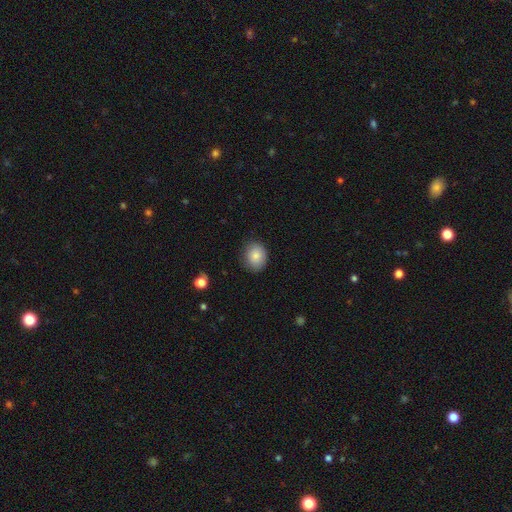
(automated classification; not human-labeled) smooth 84%, star or artifact 9%, featured or disk 7%. Down the decision tree: how rounded — round (53%); merging — none (82%).